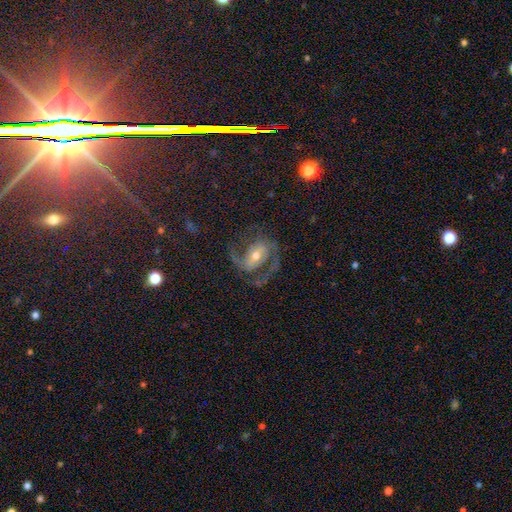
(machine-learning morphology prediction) type=featured or disk (83%); edge-on=no (97%); bar=weak (40%); spiral arms=yes (96%); winding=medium (58%); arm count=2 (87%); bulge=moderate (60%); merging=none (69%).